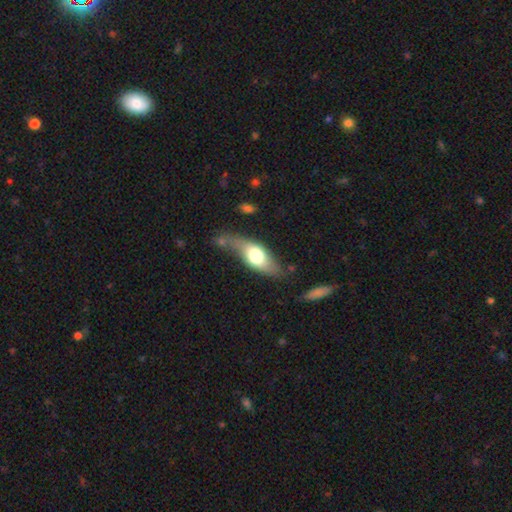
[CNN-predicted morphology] smooth 55%, featured or disk 39%, star or artifact 6%. Down the decision tree: how rounded — in between (77%); merging — none (48%).